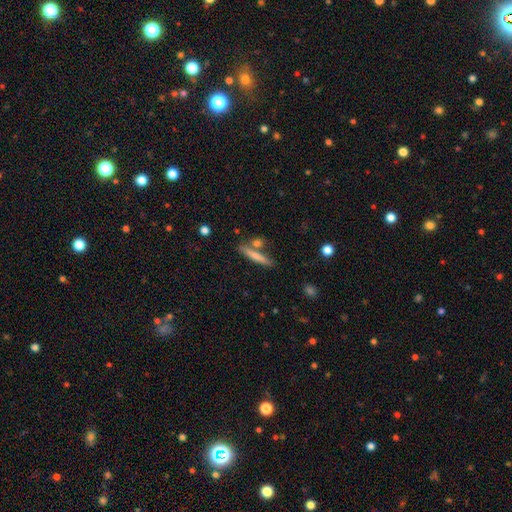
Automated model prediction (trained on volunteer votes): smooth_or_featured: smooth (p=0.65) [alt: featured or disk p=0.28]
how_rounded: cigar-shaped (p=0.89) [alt: in between p=0.09]
merging: none (p=0.71) [alt: merger p=0.15]